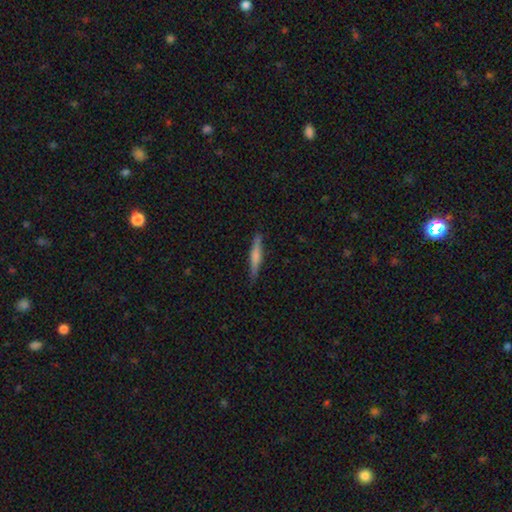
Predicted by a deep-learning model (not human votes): smooth-or-featured: smooth: 55% | featured or disk: 38% | star or artifact: 6%
  how-rounded: cigar-shaped: 91% | in between: 7% | round: 2%
  merging: none: 86% | minor disturbance: 11% | major disturbance: 2% | merger: 1%